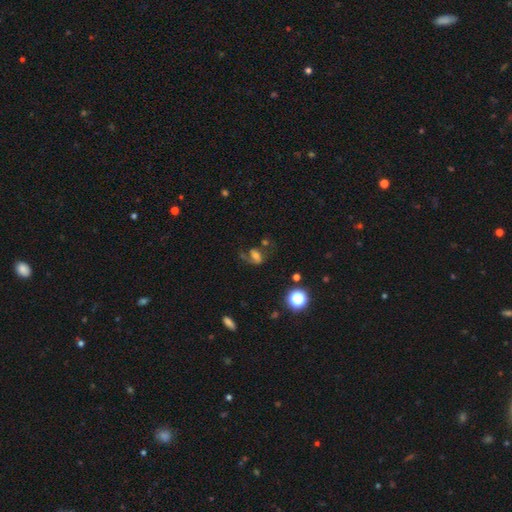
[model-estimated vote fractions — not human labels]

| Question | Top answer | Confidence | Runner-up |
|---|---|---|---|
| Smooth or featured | featured or disk | 45% | smooth (37%) |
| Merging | none | 46% | major disturbance (26%) |